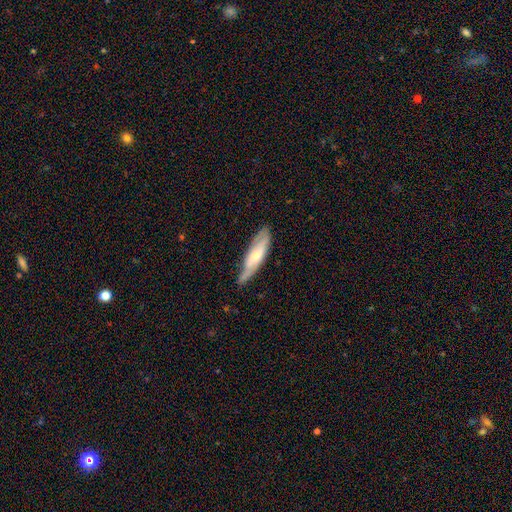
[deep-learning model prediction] The model was most divided on "smooth or featured": featured or disk: 53%, smooth: 41%, star or artifact: 6%. More confident: merging — none (71%); edge-on disk — no (57%).